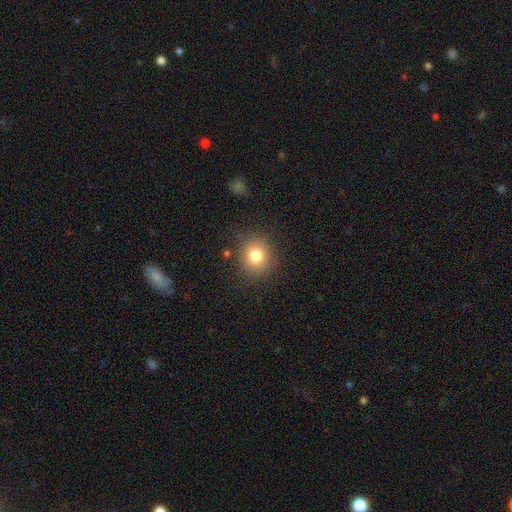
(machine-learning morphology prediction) smooth-or-featured: smooth: 80% | star or artifact: 11% | featured or disk: 9%
  how-rounded: round: 82% | in between: 17% | cigar-shaped: 1%
  merging: none: 86% | minor disturbance: 9% | major disturbance: 4% | merger: 2%